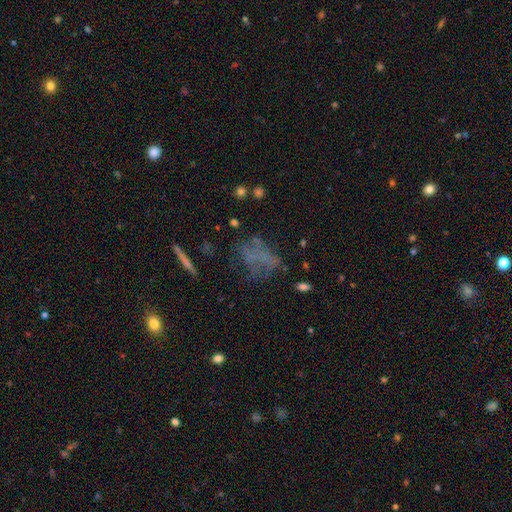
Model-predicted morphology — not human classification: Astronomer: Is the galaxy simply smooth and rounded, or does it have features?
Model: featured or disk — 40% (runner-up: smooth, 36%).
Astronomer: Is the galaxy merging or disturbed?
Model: none — 48% (runner-up: major disturbance, 27%).